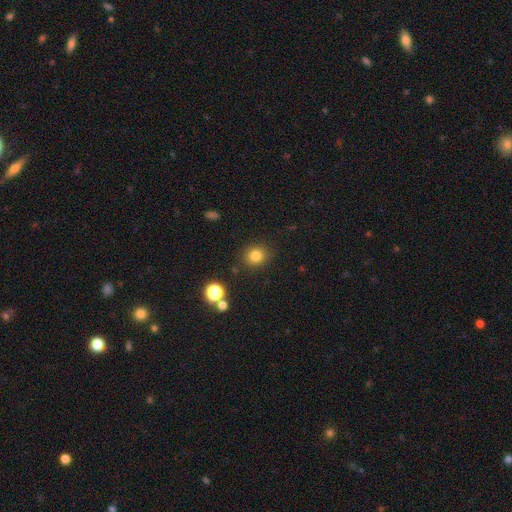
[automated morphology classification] smooth 81%, star or artifact 13%, featured or disk 5%. Down the decision tree: how rounded — round (83%); merging — none (86%).